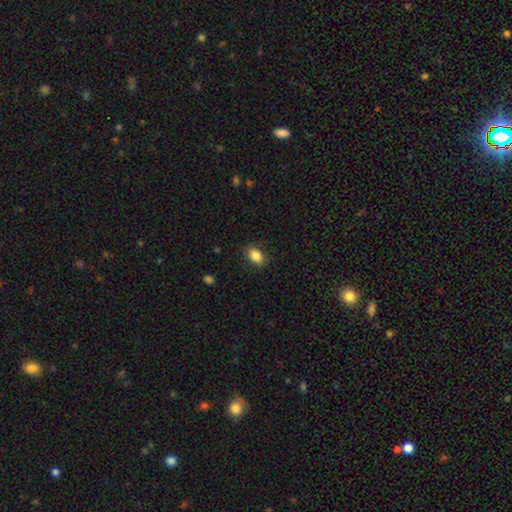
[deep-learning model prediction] smooth 87%, star or artifact 9%, featured or disk 5%. Down the decision tree: how rounded — in between (84%); merging — none (86%).